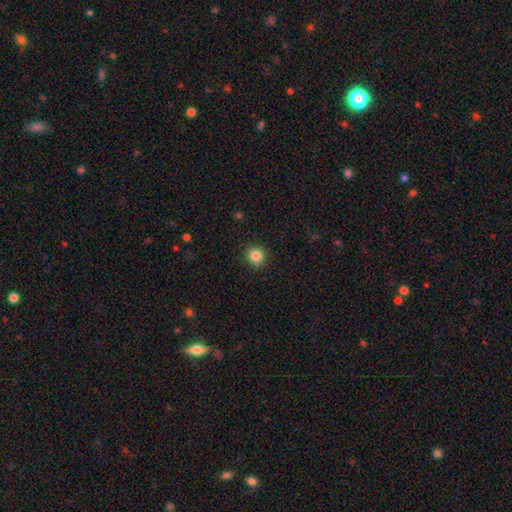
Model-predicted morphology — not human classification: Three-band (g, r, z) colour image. It shows a smooth galaxy with no disk features (85%) that is round (91%). Merging: none (90%).